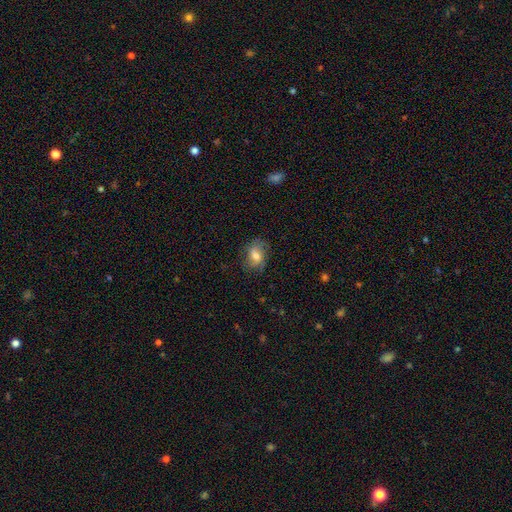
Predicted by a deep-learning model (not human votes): A smooth galaxy with no disk features (49%). Merging: none (66%).